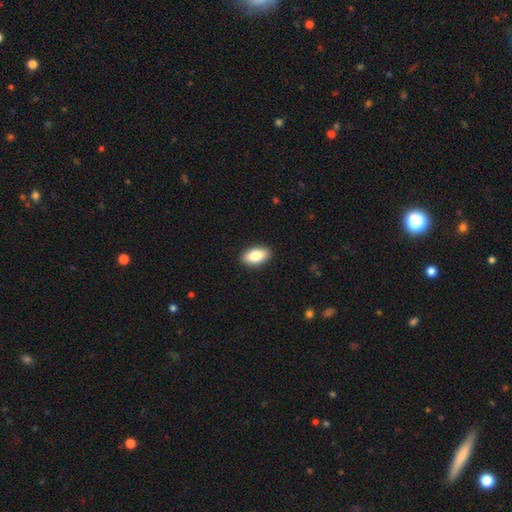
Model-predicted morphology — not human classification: smooth-or-featured: smooth: 84% | featured or disk: 9% | star or artifact: 7%
  how-rounded: in between: 93% | round: 4% | cigar-shaped: 2%
  merging: none: 91% | minor disturbance: 7% | major disturbance: 2% | merger: 1%